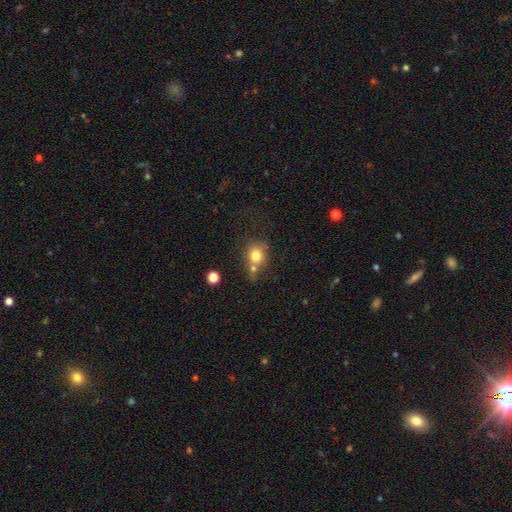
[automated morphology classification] type=smooth (77%); roundness=round (72%); merging=none (42%).